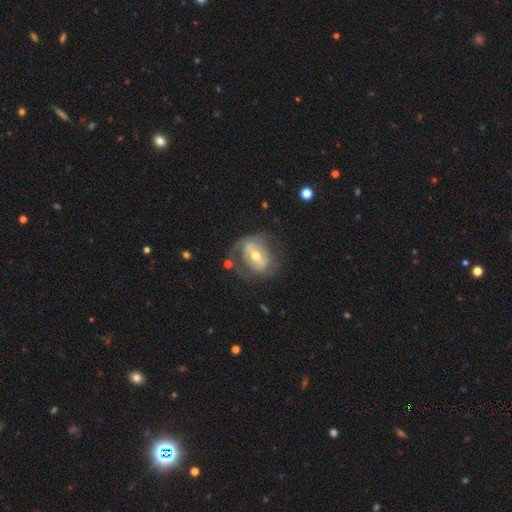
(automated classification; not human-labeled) smooth_or_featured: featured or disk (p=0.70) [alt: smooth p=0.23]
disk_edge_on: no (p=0.94) [alt: yes p=0.06]
bar: strong (p=0.42) [alt: weak p=0.36]
has_spiral_arms: yes (p=0.59) [alt: no p=0.41]
bulge_size: moderate (p=0.65) [alt: small p=0.30]
merging: none (p=0.50) [alt: minor disturbance p=0.23]